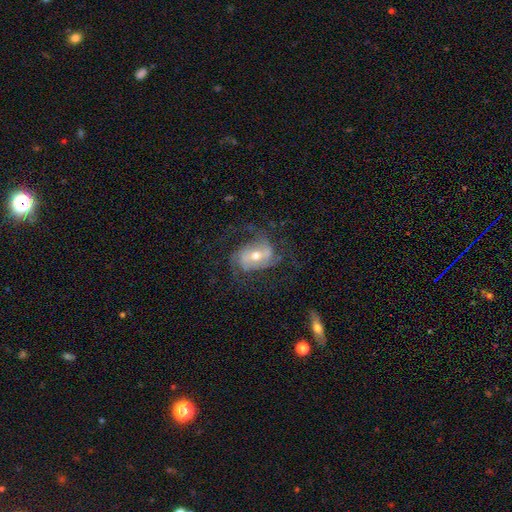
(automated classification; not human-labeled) featured or disk 79%, smooth 14%, star or artifact 7%. Down the decision tree: edge-on disk — no (96%); bar — weak (38%); spiral arms — yes (90%); spiral arm count — 2 (38%); spiral winding — medium (45%); bulge size — moderate (59%); merging — none (56%).